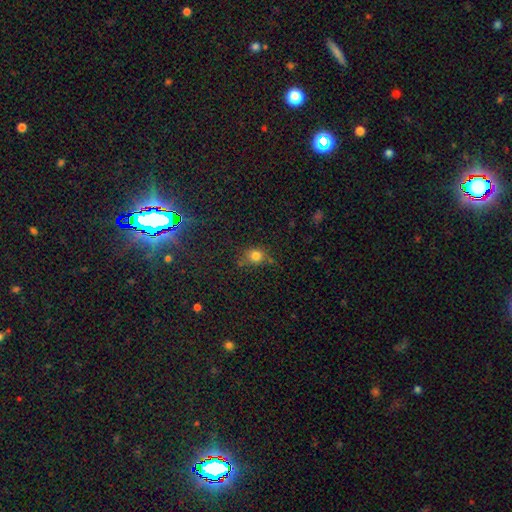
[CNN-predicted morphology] A smooth galaxy with no disk features (78%) that is round (70%).

Vote fractions:
- Smooth or featured? smooth: 78% / star or artifact: 15% / featured or disk: 7%
- How rounded? round: 70% / in between: 29% / cigar-shaped: 1%
- Merging? none: 67% / minor disturbance: 21% / major disturbance: 6% / merger: 6%